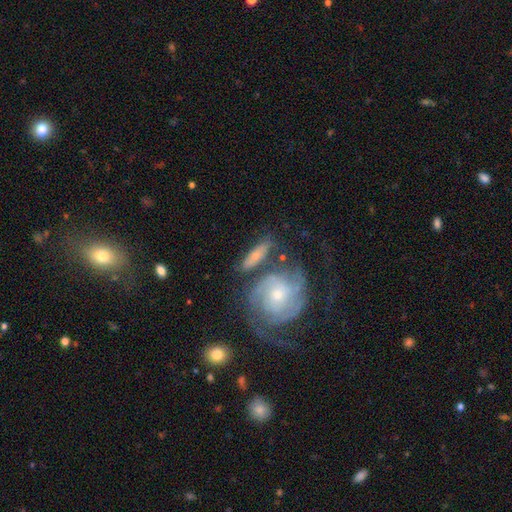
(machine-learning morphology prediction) This appears to be a featured or disk galaxy (56%). Merging: none (57%).